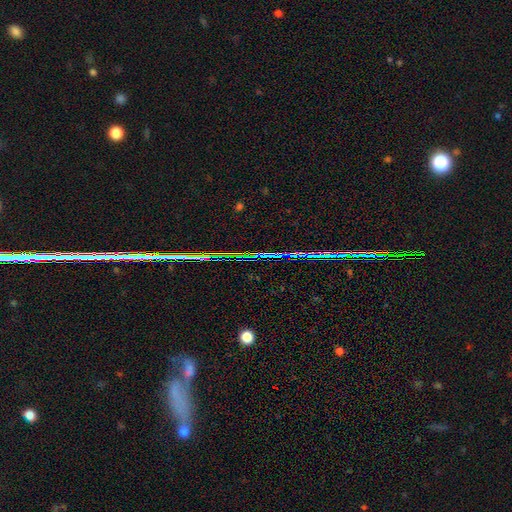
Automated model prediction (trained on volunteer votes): Q: Smooth or featured?
A: star or artifact (82%); runner-up: featured or disk (10%)